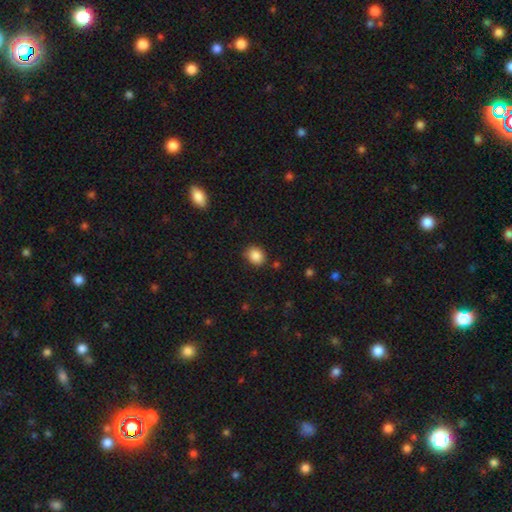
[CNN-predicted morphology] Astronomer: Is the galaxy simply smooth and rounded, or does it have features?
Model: smooth — 87%.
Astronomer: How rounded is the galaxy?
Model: round — 58% (runner-up: in between, 41%).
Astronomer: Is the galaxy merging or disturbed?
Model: none — 82%.